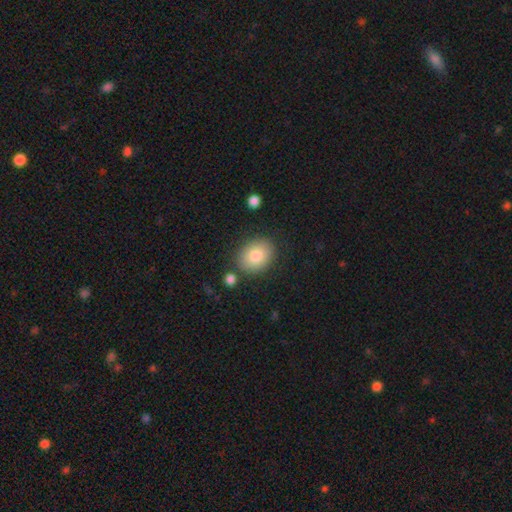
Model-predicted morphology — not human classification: Overall: smooth (84%). How rounded: in between (64%; round 35%). Merging: none (81%).